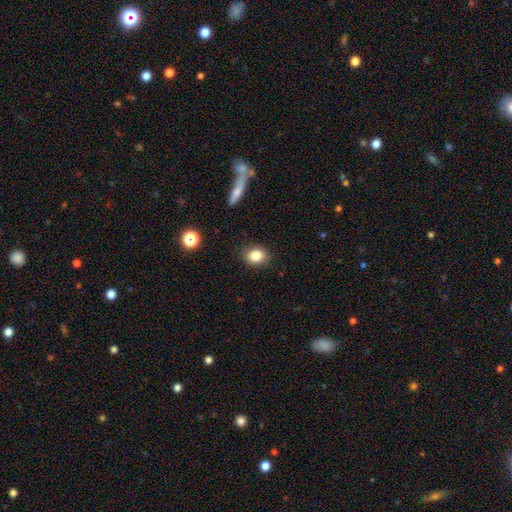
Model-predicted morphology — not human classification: Smooth or featured?
  - smooth: 83% *
  - star or artifact: 10%
  - featured or disk: 7%
How rounded?
  - in between: 58% *
  - round: 40%
  - cigar-shaped: 1%
Merging?
  - none: 88% *
  - minor disturbance: 9%
  - major disturbance: 2%
  - merger: 1%